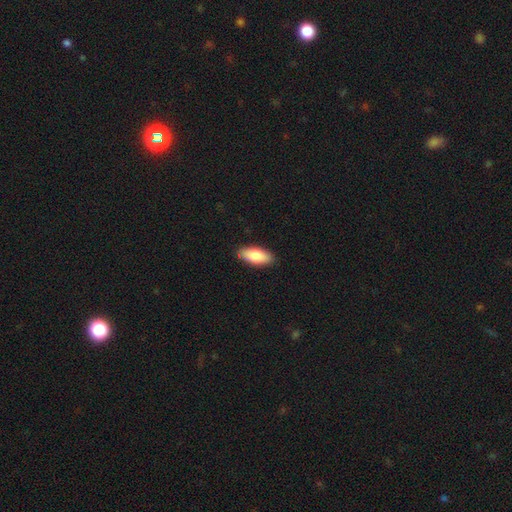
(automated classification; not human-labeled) This appears to be a smooth galaxy with no disk features (80%) that is in between round and cigar-shaped (87%). Merging: none (89%).